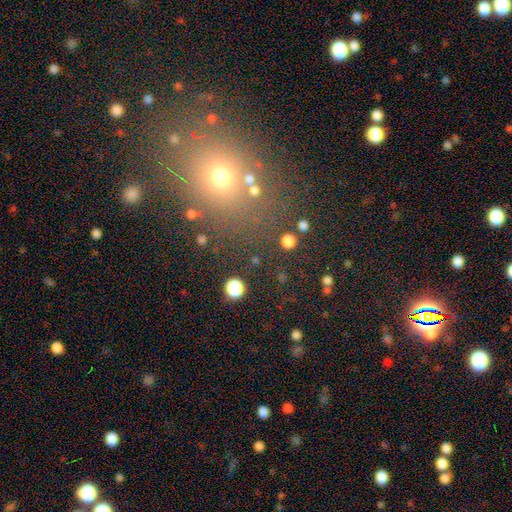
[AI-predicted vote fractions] Smooth or featured?
  - smooth: 53% *
  - star or artifact: 36%
  - featured or disk: 12%
How rounded?
  - round: 53% *
  - in between: 45%
  - cigar-shaped: 2%
Merging?
  - none: 79% *
  - minor disturbance: 10%
  - merger: 6%
  - major disturbance: 5%